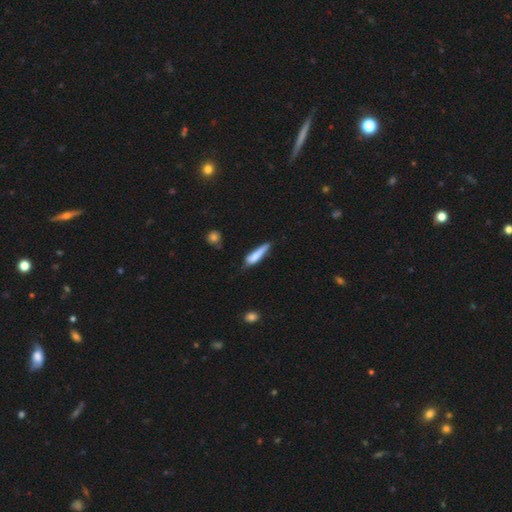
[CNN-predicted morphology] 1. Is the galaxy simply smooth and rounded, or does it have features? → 71% smooth, 22% featured or disk, 7% star or artifact.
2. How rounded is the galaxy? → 78% cigar-shaped, 20% in between, 2% round.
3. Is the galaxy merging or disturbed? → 45% none, 37% minor disturbance, 12% major disturbance, 5% merger.